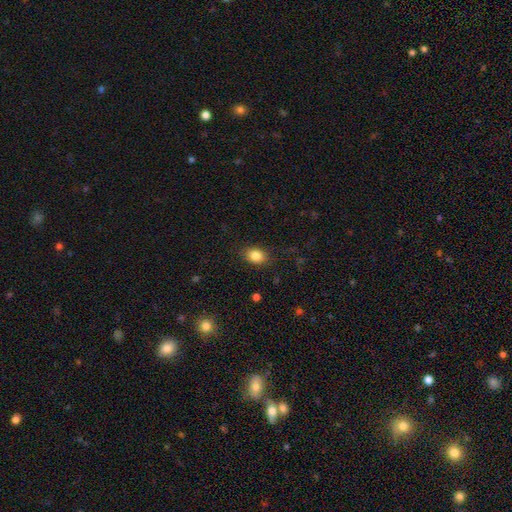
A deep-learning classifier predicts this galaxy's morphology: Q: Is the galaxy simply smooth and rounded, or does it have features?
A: smooth — 84%.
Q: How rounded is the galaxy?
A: in between — 70%.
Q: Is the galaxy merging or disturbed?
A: none — 84%.